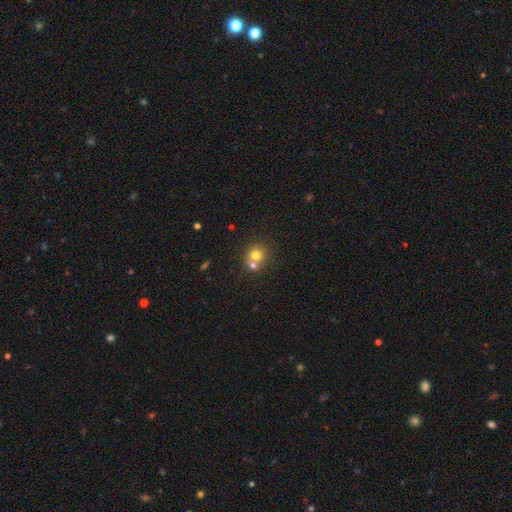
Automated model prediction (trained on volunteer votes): smooth-or-featured: smooth: 73% | featured or disk: 15% | star or artifact: 12%
  how-rounded: round: 84% | in between: 15% | cigar-shaped: 1%
  merging: merger: 45% (tied) | none: 45% (tied) | minor disturbance: 7% | major disturbance: 3%